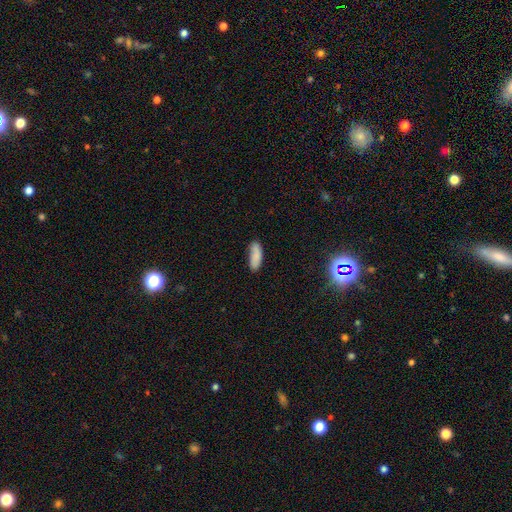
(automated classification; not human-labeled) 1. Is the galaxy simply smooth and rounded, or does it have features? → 84% smooth, 8% featured or disk, 7% star or artifact.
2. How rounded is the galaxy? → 66% in between, 32% cigar-shaped, 2% round.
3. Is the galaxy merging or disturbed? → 71% none, 22% minor disturbance, 4% major disturbance, 3% merger.